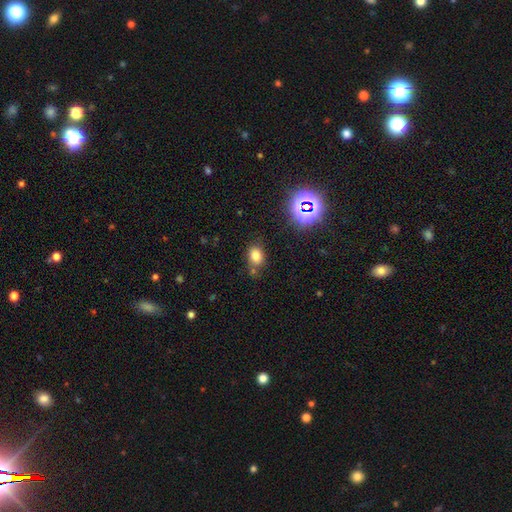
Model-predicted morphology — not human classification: This is likely a smooth galaxy (76%). How rounded: likely in between (66%). Merging: likely none (68%).